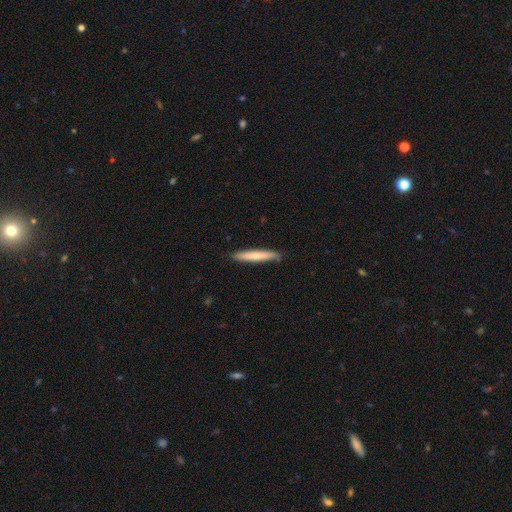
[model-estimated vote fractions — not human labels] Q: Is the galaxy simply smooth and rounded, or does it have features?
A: smooth — 69%.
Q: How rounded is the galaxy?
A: cigar-shaped — 94%.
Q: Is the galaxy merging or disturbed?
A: none — 85%.